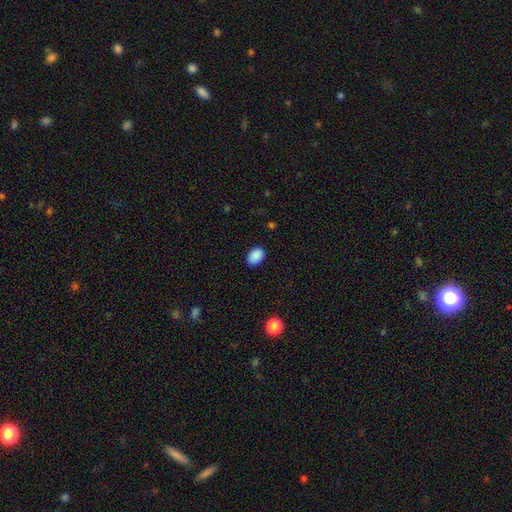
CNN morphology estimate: This is clearly a smooth galaxy (89%). How rounded: likely in between (80%). Merging: clearly none (87%).